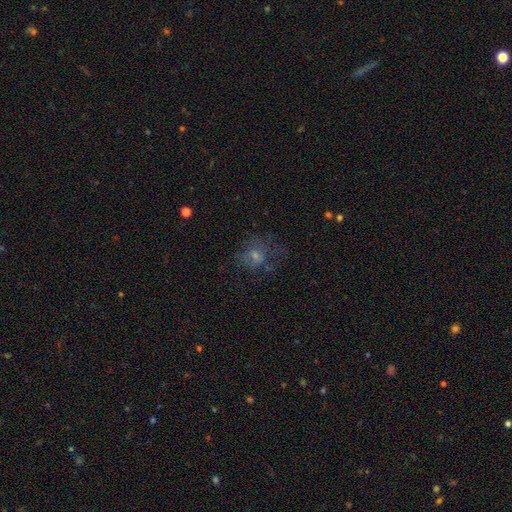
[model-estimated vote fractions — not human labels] Morphology: type=smooth (44%); merging=none (51%).